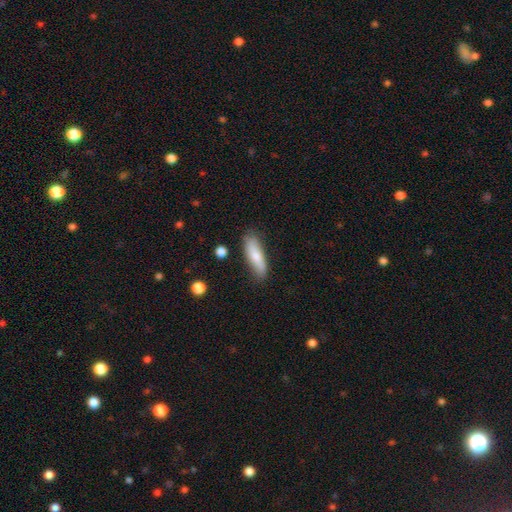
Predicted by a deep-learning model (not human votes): Smooth or featured?
  - smooth: 75% *
  - featured or disk: 19%
  - star or artifact: 6%
How rounded?
  - in between: 50% *
  - cigar-shaped: 48%
  - round: 2%
Merging?
  - none: 78% *
  - minor disturbance: 16%
  - major disturbance: 3%
  - merger: 2%